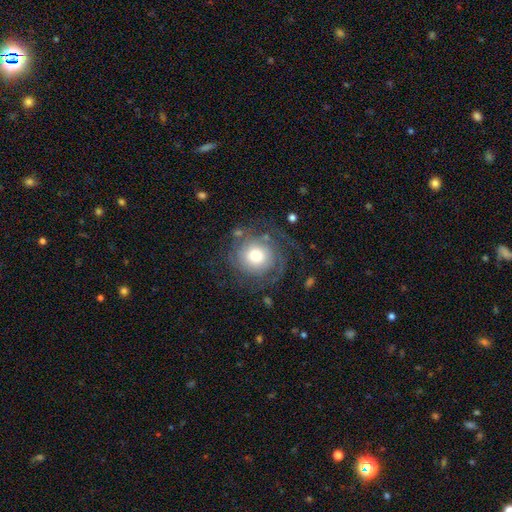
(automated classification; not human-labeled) Morphology: type=featured or disk (71%); edge-on=no (98%); bar=no (80%); spiral arms=yes (90%); winding=tight (58%); arm count=2 (36%); bulge=moderate (52%); merging=none (68%).